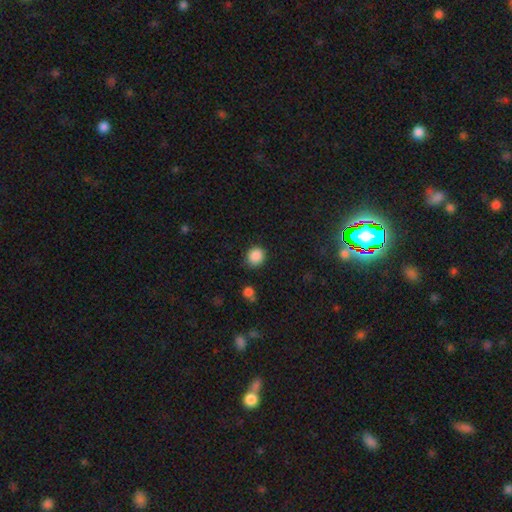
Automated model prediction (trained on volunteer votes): This appears to be a smooth galaxy with no disk features (87%) that is round (82%). Merging: none (82%).